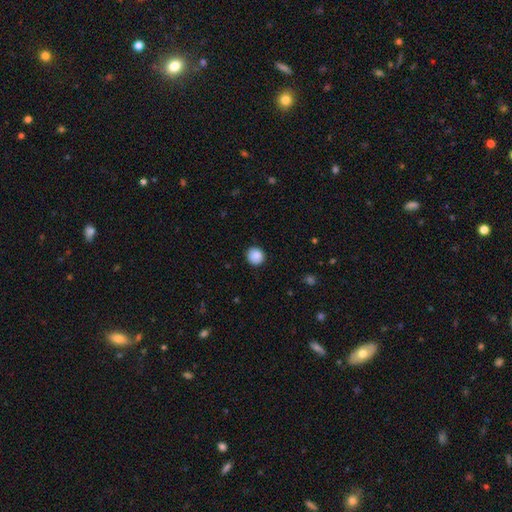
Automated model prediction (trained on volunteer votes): Smooth or featured?
  - smooth: 88% *
  - star or artifact: 8%
  - featured or disk: 3%
How rounded?
  - round: 92% *
  - in between: 8%
  - cigar-shaped: 1%
Merging?
  - none: 90% *
  - minor disturbance: 7%
  - major disturbance: 2%
  - merger: 1%